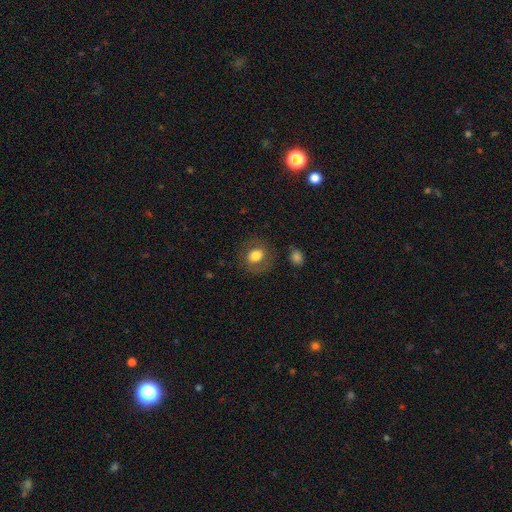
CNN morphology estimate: Overall: smooth (75%). How rounded: round (63%; in between 36%). Merging: none (80%).